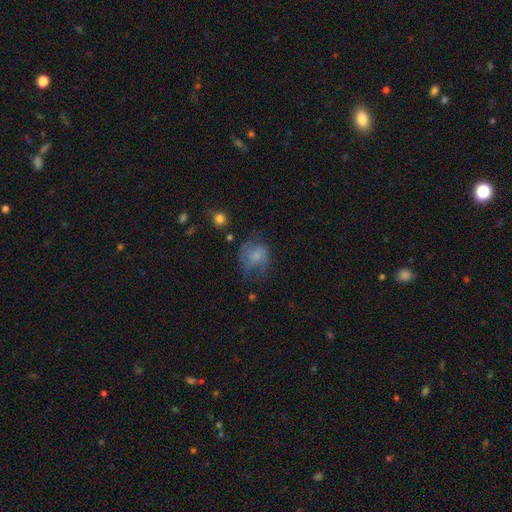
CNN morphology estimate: A smooth galaxy with no disk features (51%) that is round (60%).

Vote fractions:
- Smooth or featured? smooth: 51% / featured or disk: 39% / star or artifact: 10%
- How rounded? round: 60% / in between: 39% / cigar-shaped: 1%
- Merging? none: 43% / major disturbance: 27% / minor disturbance: 27% / merger: 2%